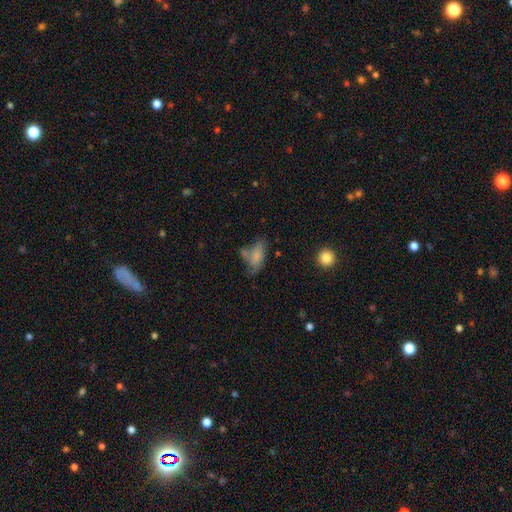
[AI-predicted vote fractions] This appears to be a smooth galaxy with no disk features (68%) that is in between round and cigar-shaped (87%). Merging: none (37%).